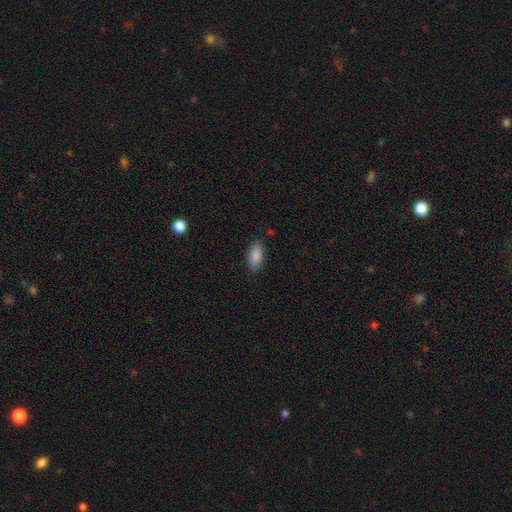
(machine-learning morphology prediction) smooth_or_featured: smooth (p=0.88) [alt: star or artifact p=0.07]
how_rounded: in between (p=0.86) [alt: cigar-shaped p=0.12]
merging: none (p=0.86) [alt: minor disturbance p=0.10]